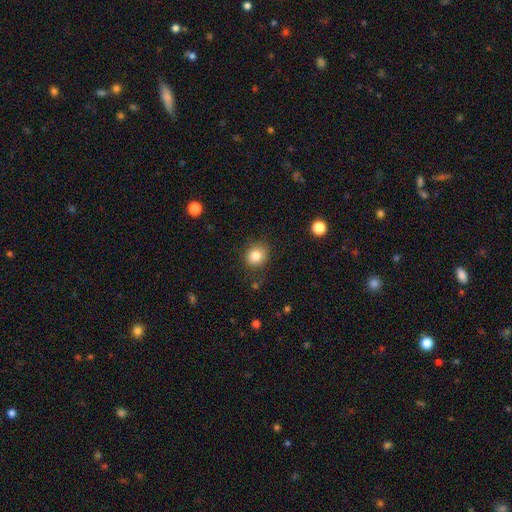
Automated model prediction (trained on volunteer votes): Smooth or featured? smooth (83%)
How rounded? round (80%)
Merging? none (83%)